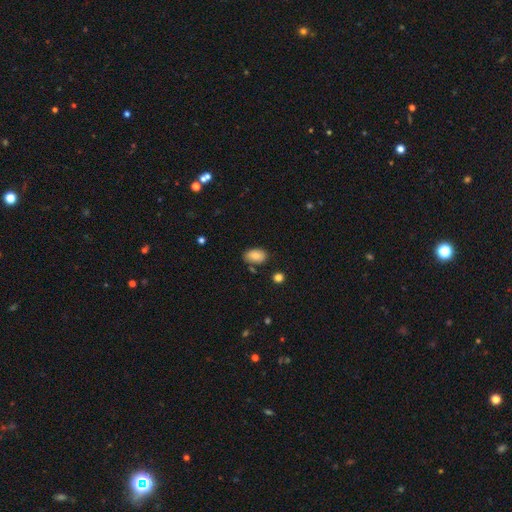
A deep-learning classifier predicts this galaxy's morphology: smooth 80%, featured or disk 11%, star or artifact 9%. Down the decision tree: how rounded — in between (88%); merging — none (79%).